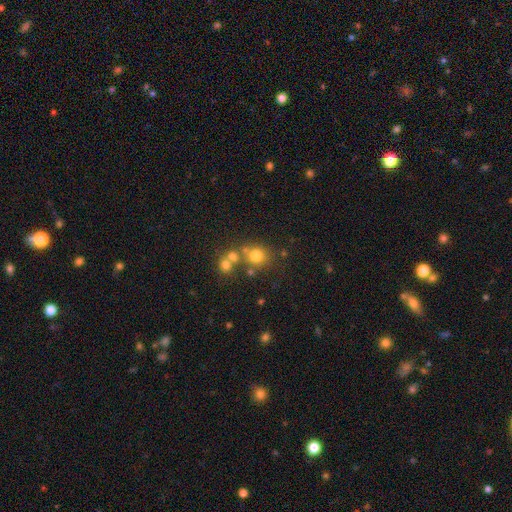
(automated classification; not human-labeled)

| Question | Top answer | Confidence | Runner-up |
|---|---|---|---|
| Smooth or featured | smooth | 71% | star or artifact (17%) |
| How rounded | round | 83% | in between (16%) |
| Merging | none | 59% | merger (25%) |